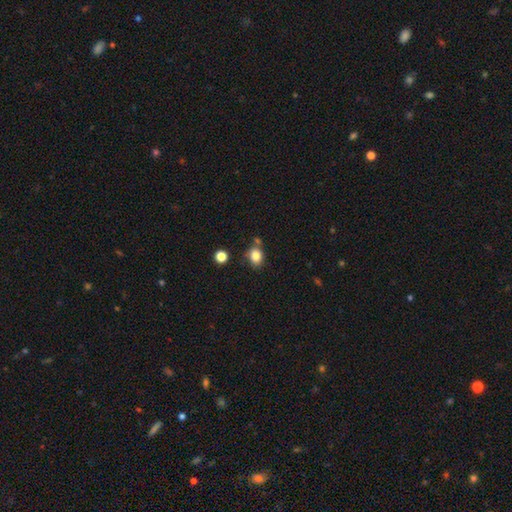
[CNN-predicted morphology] Smooth or featured: smooth — 83% (star or artifact — 11%)
How rounded: round — 55% (in between — 44%)
Merging: none — 69% (minor disturbance — 16%)